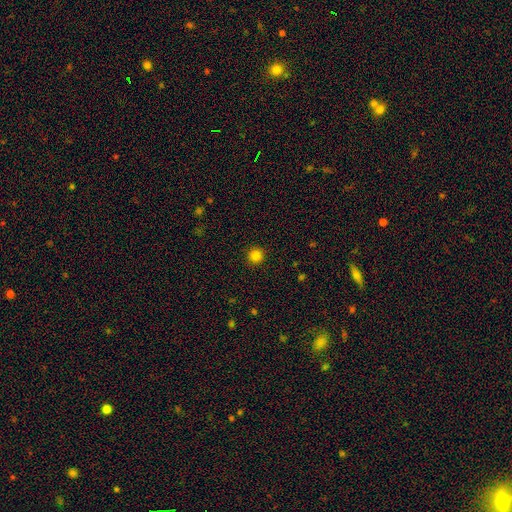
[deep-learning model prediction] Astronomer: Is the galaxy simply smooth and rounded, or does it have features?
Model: smooth — 83%.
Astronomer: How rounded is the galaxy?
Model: round — 96%.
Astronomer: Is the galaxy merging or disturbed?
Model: none — 93%.